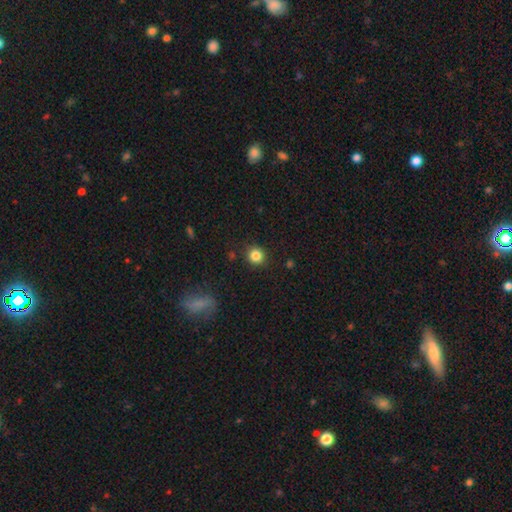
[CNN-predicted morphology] type=smooth (84%); roundness=round (90%); merging=none (89%).